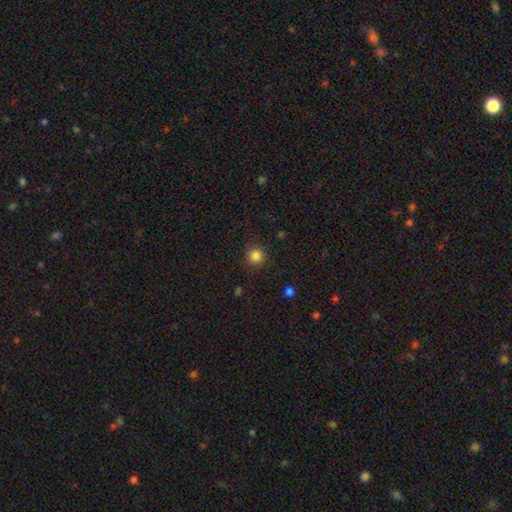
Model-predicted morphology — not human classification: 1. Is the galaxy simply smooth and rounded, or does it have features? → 84% smooth, 12% star or artifact, 4% featured or disk.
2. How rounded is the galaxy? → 93% round, 6% in between, 1% cigar-shaped.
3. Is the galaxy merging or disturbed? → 88% none, 8% minor disturbance, 3% major disturbance, 1% merger.